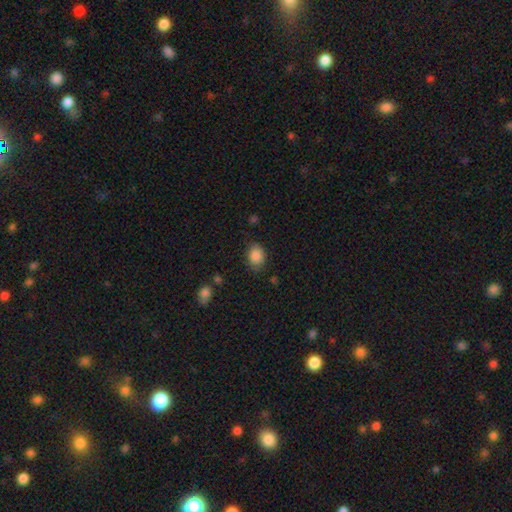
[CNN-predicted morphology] The model was most divided on "how rounded": in between: 68%, round: 31%, cigar-shaped: 1%. More confident: smooth or featured — smooth (87%); merging — none (78%).